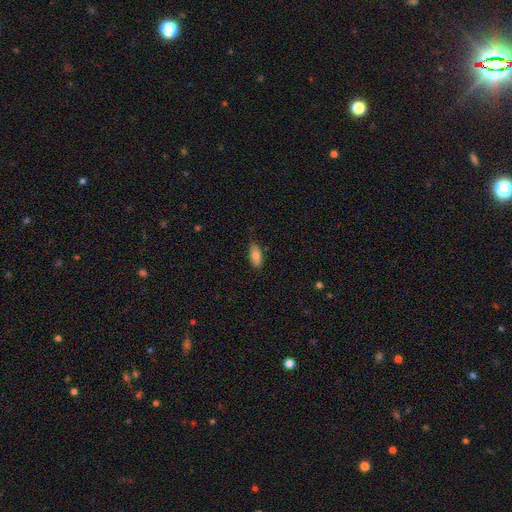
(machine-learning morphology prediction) Smooth or featured: smooth — 82% (featured or disk — 11%)
How rounded: in between — 82% (cigar-shaped — 16%)
Merging: none — 76% (minor disturbance — 19%)